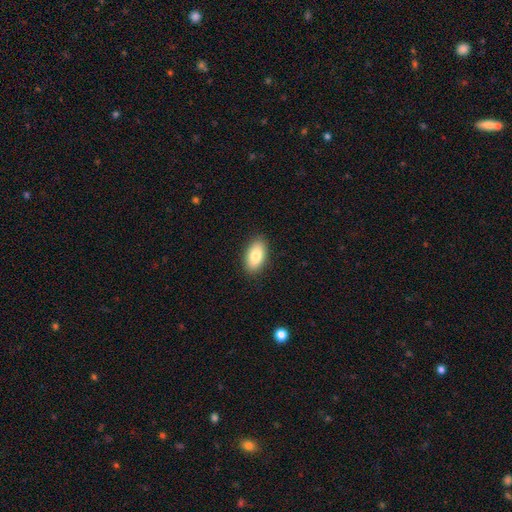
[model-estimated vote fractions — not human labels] Smooth or featured?
  - smooth: 82% *
  - featured or disk: 11%
  - star or artifact: 7%
How rounded?
  - in between: 93% *
  - round: 4%
  - cigar-shaped: 4%
Merging?
  - none: 89% *
  - minor disturbance: 8%
  - major disturbance: 2%
  - merger: 1%